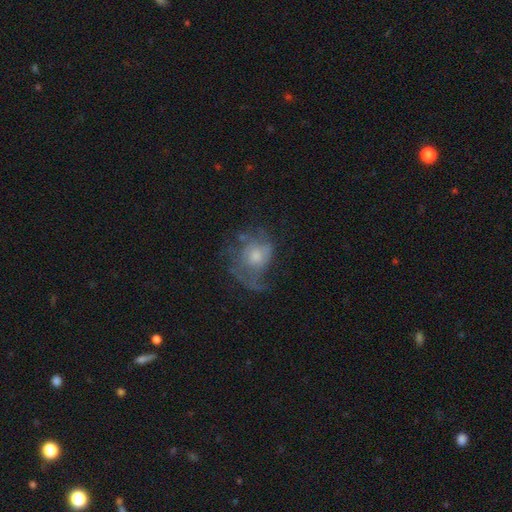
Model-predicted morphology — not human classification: Smooth or featured? Predicted: featured or disk (p=0.63). Edge-on disk? Predicted: no (p=0.97). Bar? Predicted: no (p=0.80). Spiral arms? Predicted: yes (p=0.73). Bulge size? Predicted: moderate (p=0.52). Merging? Predicted: none (p=0.43).